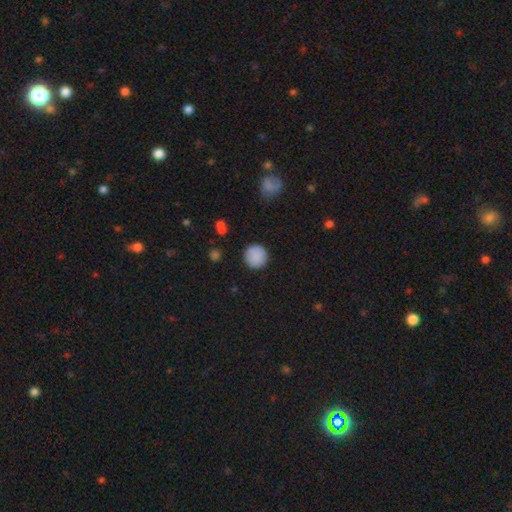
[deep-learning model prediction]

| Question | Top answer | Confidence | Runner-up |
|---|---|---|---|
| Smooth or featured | smooth | 88% | star or artifact (8%) |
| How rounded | round | 95% | in between (4%) |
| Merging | none | 90% | minor disturbance (7%) |